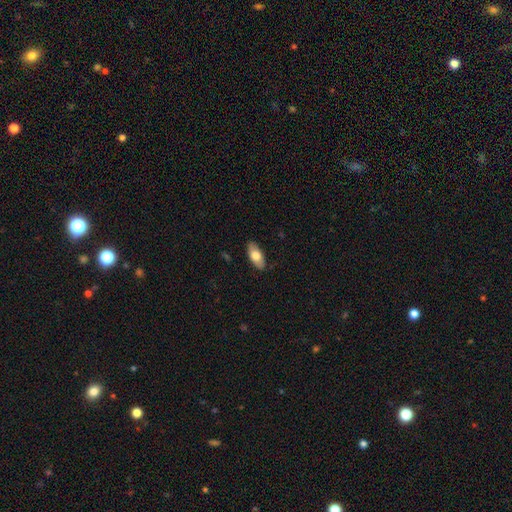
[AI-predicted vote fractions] Q: Smooth or featured?
A: smooth (73%); runner-up: featured or disk (21%)
Q: How rounded?
A: in between (90%); runner-up: cigar-shaped (8%)
Q: Merging?
A: none (87%); runner-up: minor disturbance (10%)